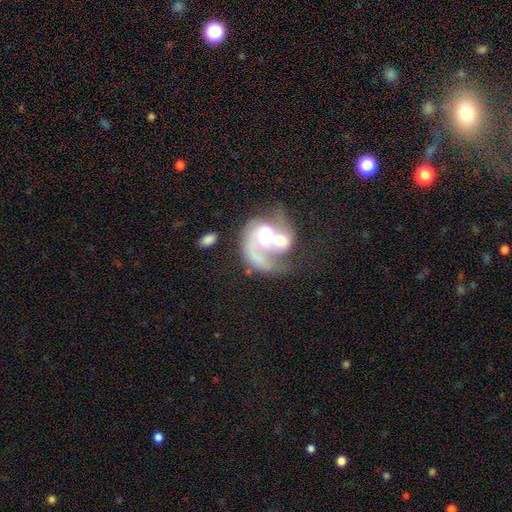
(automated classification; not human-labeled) Overall: featured or disk (75%). Edge-on disk: no (98%). Bar: no (71%). Spiral arms: yes (83%). Spiral arm count: 1 (66%). Spiral winding: loose (38%; medium 37%). Bulge size: moderate (50%; large 35%). Merging: merger (66%).